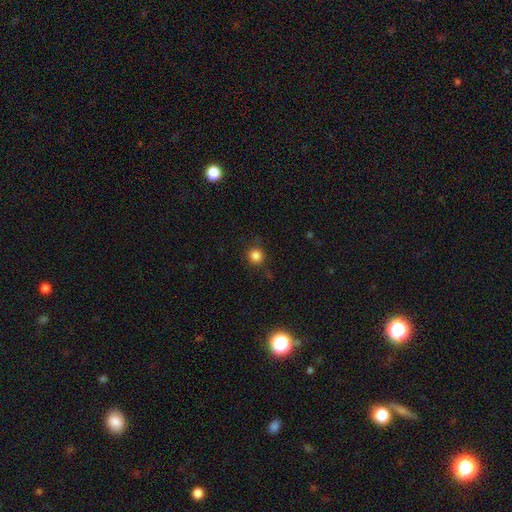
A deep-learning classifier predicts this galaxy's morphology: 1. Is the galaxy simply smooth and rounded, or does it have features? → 84% smooth, 12% star or artifact, 4% featured or disk.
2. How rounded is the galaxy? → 92% round, 7% in between, 1% cigar-shaped.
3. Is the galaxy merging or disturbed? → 85% none, 10% minor disturbance, 3% major disturbance, 1% merger.